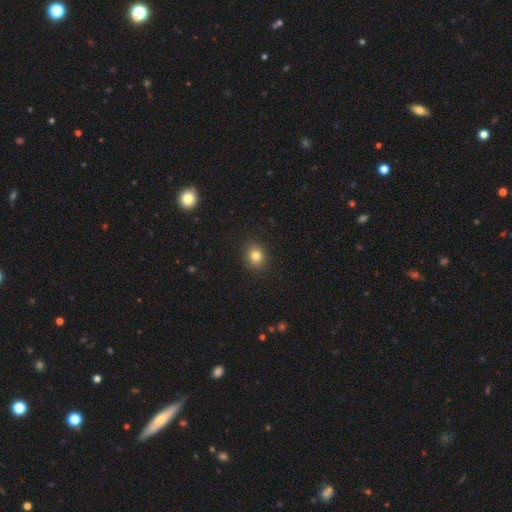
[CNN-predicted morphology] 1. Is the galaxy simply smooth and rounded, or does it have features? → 82% smooth, 11% star or artifact, 7% featured or disk.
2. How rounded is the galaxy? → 69% round, 30% in between, 1% cigar-shaped.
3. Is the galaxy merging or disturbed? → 90% none, 7% minor disturbance, 2% major disturbance, 1% merger.